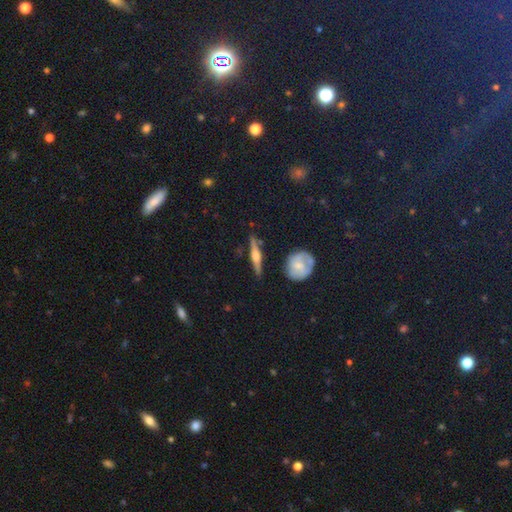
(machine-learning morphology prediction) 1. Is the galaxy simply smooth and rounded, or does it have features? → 73% featured or disk, 22% smooth, 5% star or artifact.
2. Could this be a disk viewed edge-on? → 96% yes, 4% no.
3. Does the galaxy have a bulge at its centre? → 88% rounded, 8% boxy, 4% none.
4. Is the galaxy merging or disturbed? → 85% none, 10% minor disturbance, 3% major disturbance, 2% merger.